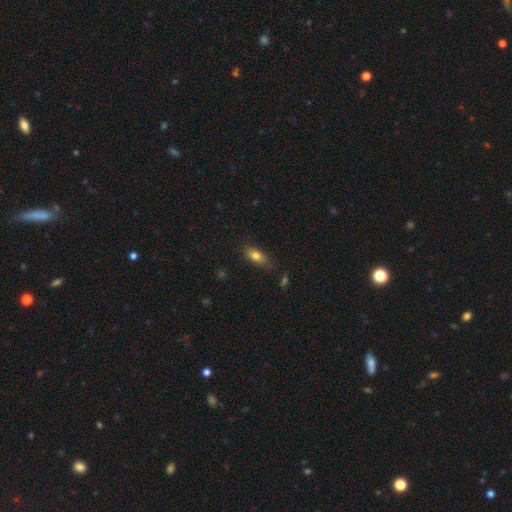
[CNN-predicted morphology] type=smooth (80%); roundness=in between (83%); merging=none (77%).